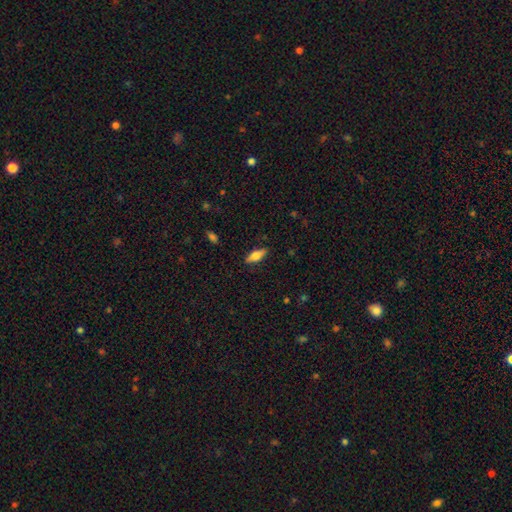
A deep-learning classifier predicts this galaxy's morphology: smooth-or-featured: smooth: 54% | featured or disk: 39% | star or artifact: 7%
  how-rounded: in between: 58% | cigar-shaped: 39% | round: 3%
  merging: none: 88% | minor disturbance: 9% | major disturbance: 2% | merger: 1%